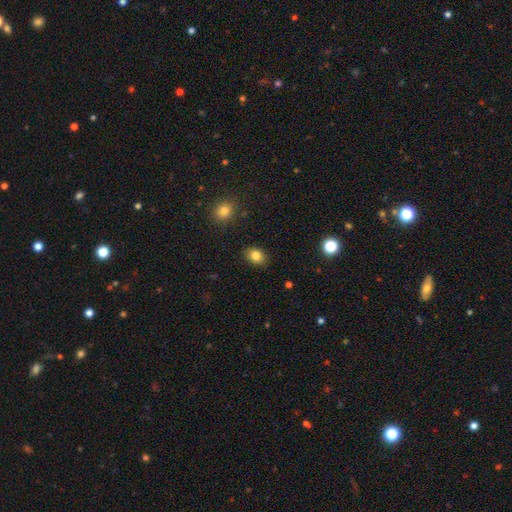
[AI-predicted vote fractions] A smooth galaxy with no disk features (82%) that is in between round and cigar-shaped (61%).

Vote fractions:
- Smooth or featured? smooth: 82% / star or artifact: 10% / featured or disk: 7%
- How rounded? in between: 61% / round: 38% / cigar-shaped: 1%
- Merging? none: 88% / minor disturbance: 9% / major disturbance: 2% / merger: 1%